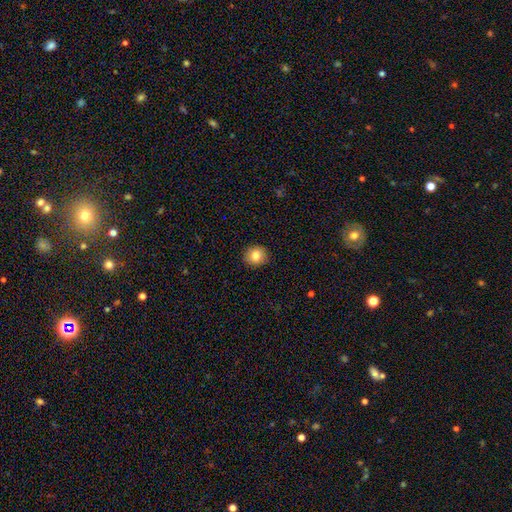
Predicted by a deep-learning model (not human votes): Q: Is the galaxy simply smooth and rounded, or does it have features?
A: smooth — 82%.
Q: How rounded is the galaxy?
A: round — 85%.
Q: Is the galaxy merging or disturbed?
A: none — 90%.